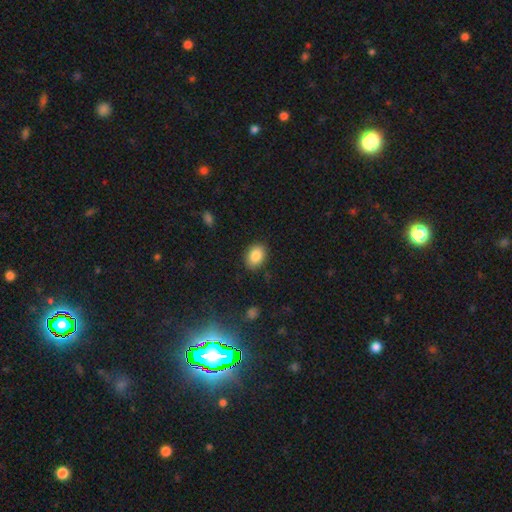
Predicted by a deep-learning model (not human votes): Q: Smooth or featured?
A: smooth (87%); runner-up: star or artifact (8%)
Q: How rounded?
A: in between (76%); runner-up: round (23%)
Q: Merging?
A: none (87%); runner-up: minor disturbance (9%)